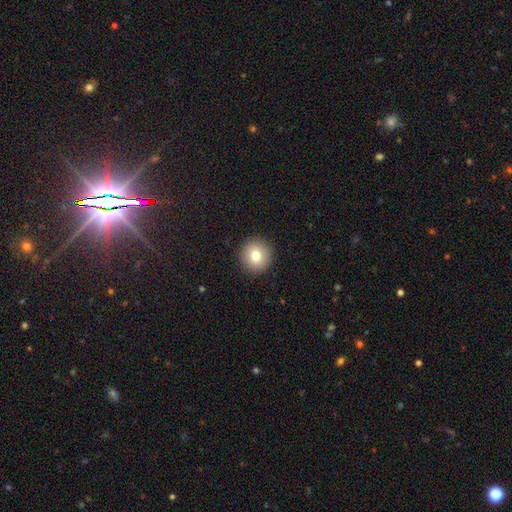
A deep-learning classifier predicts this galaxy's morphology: type=smooth (78%); roundness=round (92%); merging=none (92%).